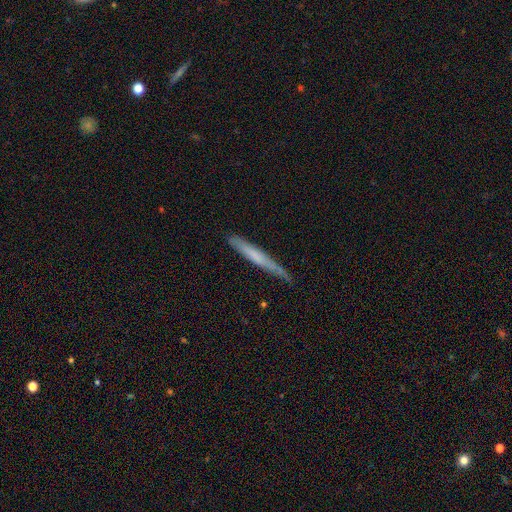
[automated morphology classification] smooth 54%, featured or disk 40%, star or artifact 6%. Down the decision tree: how rounded — cigar-shaped (96%); merging — none (73%).